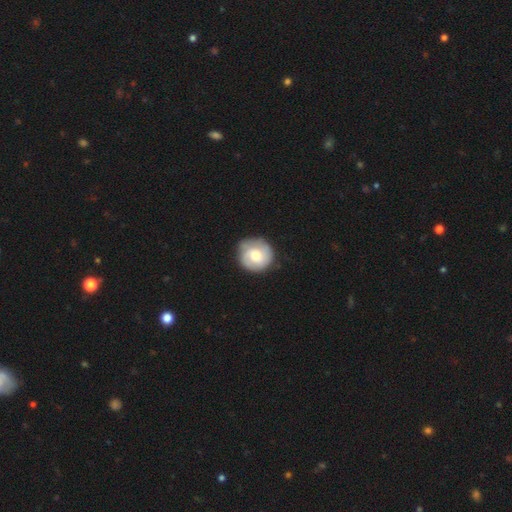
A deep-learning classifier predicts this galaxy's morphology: A smooth galaxy with no disk features (50%). Merging: none (74%).